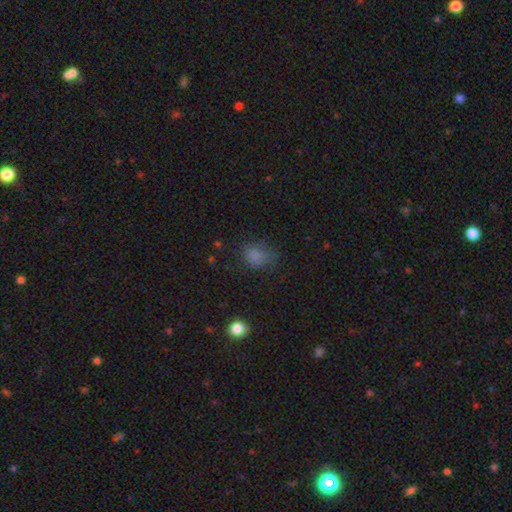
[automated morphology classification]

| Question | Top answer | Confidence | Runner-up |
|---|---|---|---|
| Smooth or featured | smooth | 77% | star or artifact (16%) |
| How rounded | in between | 51% | round (48%) |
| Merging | none | 57% | minor disturbance (27%) |